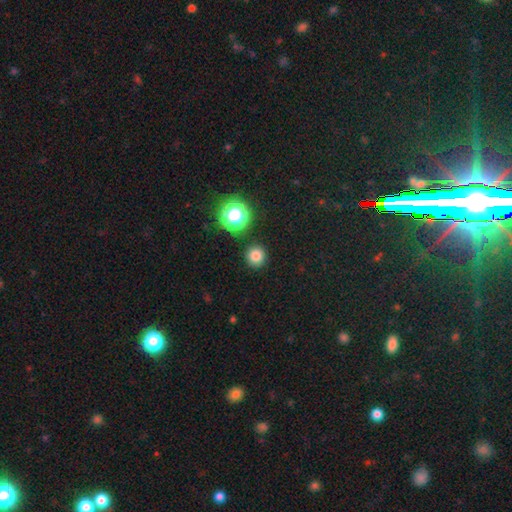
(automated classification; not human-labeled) smooth-or-featured: smooth: 80% | star or artifact: 15% | featured or disk: 5%
  how-rounded: round: 94% | in between: 5% | cigar-shaped: 1%
  merging: none: 90% | minor disturbance: 6% | merger: 2% | major disturbance: 2%